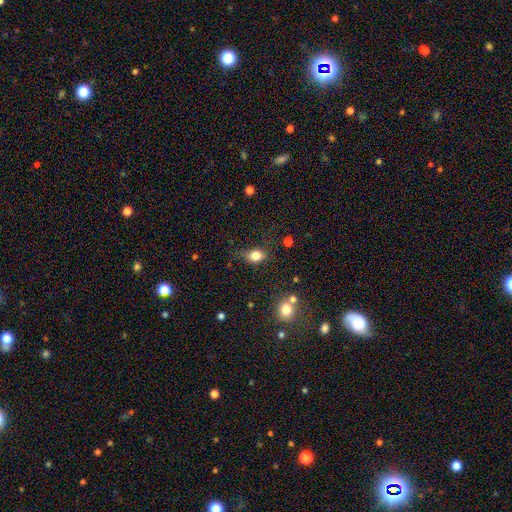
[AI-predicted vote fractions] smooth 81%, star or artifact 11%, featured or disk 8%. Down the decision tree: how rounded — in between (63%); merging — none (58%).